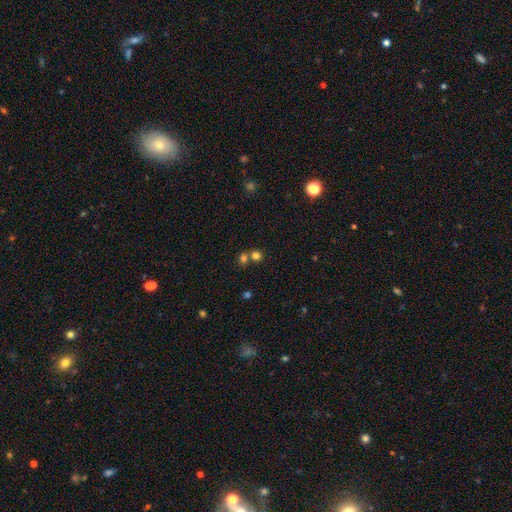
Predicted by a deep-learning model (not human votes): Smooth or featured? Predicted: smooth (p=0.75). How rounded? Predicted: round (p=0.83). Merging? Predicted: none (p=0.54).